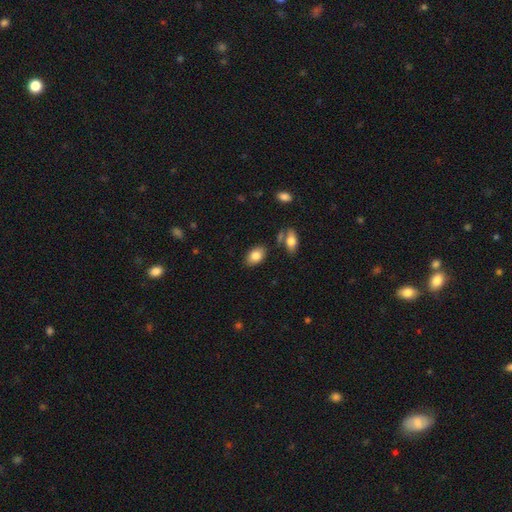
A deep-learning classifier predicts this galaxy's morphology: This is clearly a smooth galaxy (83%). How rounded: clearly in between (88%). Merging: likely none (79%).